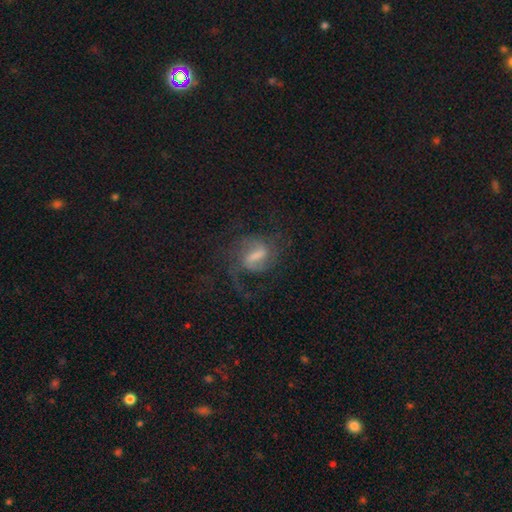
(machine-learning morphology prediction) Smooth or featured? Predicted: featured or disk (p=0.73). Edge-on disk? Predicted: no (p=0.96). Bar? Predicted: weak (p=0.47). Spiral arms? Predicted: yes (p=0.91). Spiral winding? Predicted: medium (p=0.46). Spiral arm count? Predicted: 2 (p=0.61). Bulge size? Predicted: small (p=0.30). Merging? Predicted: none (p=0.56).